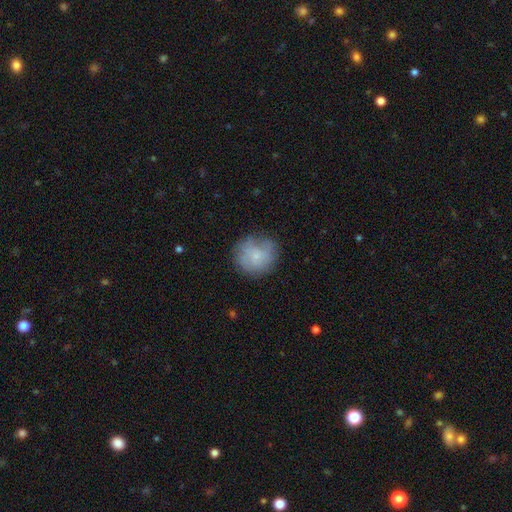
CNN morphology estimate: smooth 64%, featured or disk 28%, star or artifact 8%. Down the decision tree: how rounded — round (89%); merging — none (71%).